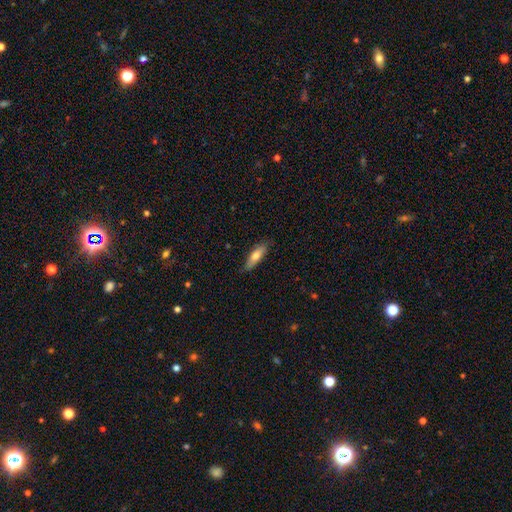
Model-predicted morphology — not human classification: Smooth or featured? Predicted: smooth (p=0.70). How rounded? Predicted: cigar-shaped (p=0.52). Merging? Predicted: none (p=0.80).